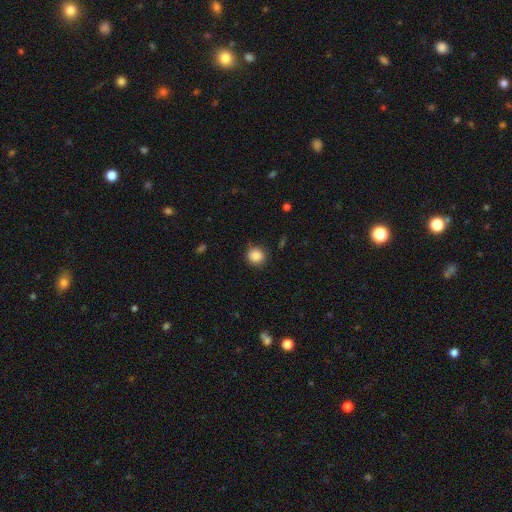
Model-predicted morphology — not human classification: Smooth or featured? smooth (87%)
How rounded? round (85%)
Merging? none (84%)